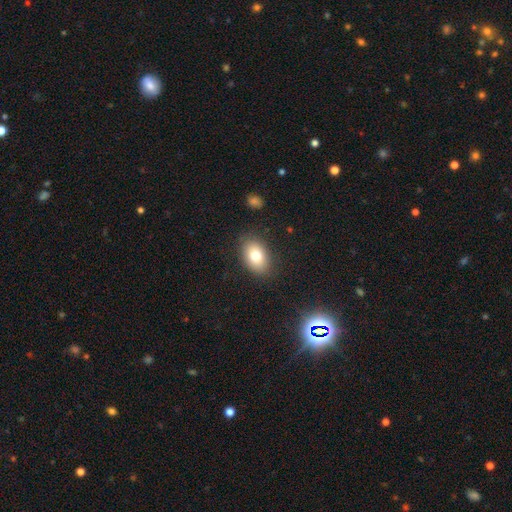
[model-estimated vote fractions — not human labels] This appears to be a smooth galaxy with no disk features (79%) that is in between round and cigar-shaped (85%). Merging: none (85%).